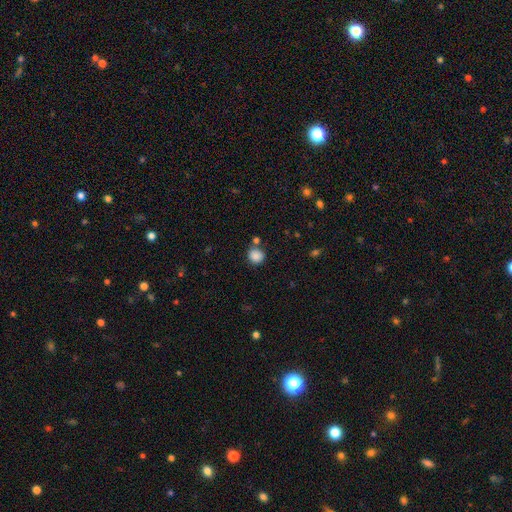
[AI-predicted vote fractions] Smooth or featured? smooth (87%)
How rounded? round (86%)
Merging? none (74%)